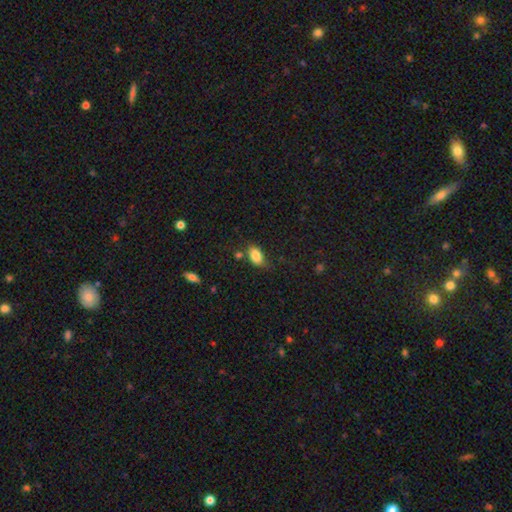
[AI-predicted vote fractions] The model was most divided on "merging": none: 66%, minor disturbance: 22%, major disturbance: 6%, merger: 6%. More confident: how rounded — in between (88%); smooth or featured — smooth (83%).